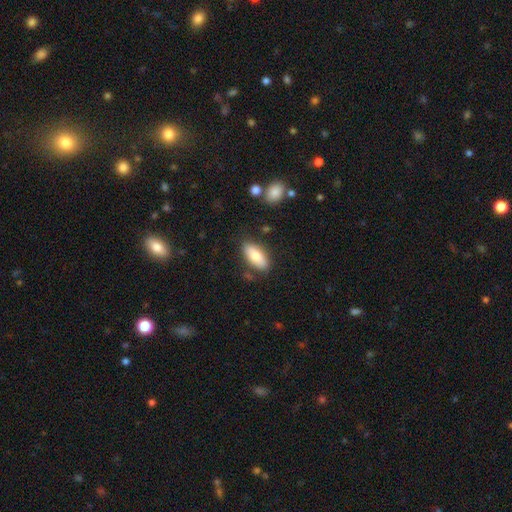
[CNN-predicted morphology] This is likely a smooth galaxy (78%). How rounded: clearly in between (85%). Merging: likely none (80%).